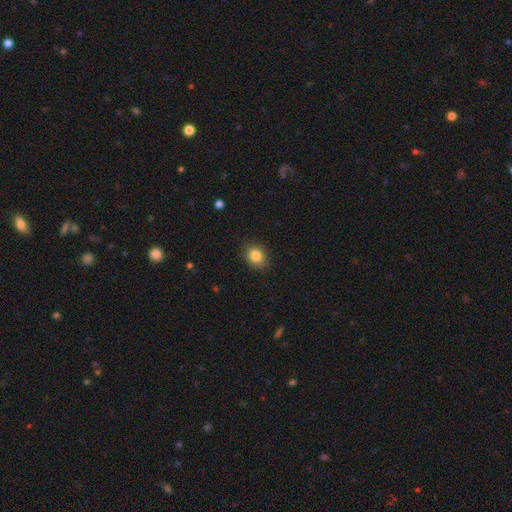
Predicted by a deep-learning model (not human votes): Overall: smooth (85%). How rounded: round (50%; in between 49%). Merging: none (86%).